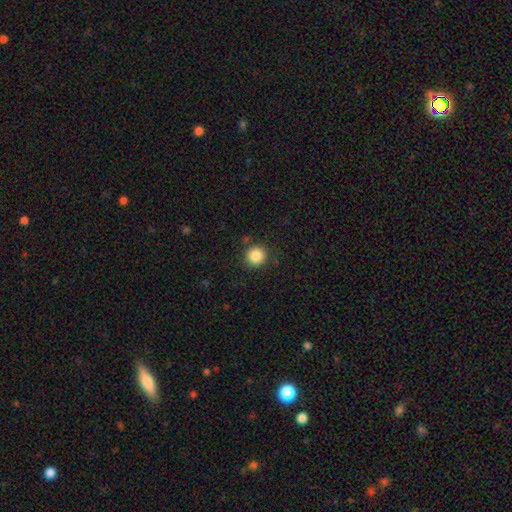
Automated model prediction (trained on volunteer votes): smooth-or-featured: smooth: 86% | star or artifact: 10% | featured or disk: 4%
  how-rounded: round: 94% | in between: 5% | cigar-shaped: 1%
  merging: none: 88% | minor disturbance: 8% | major disturbance: 3% | merger: 2%